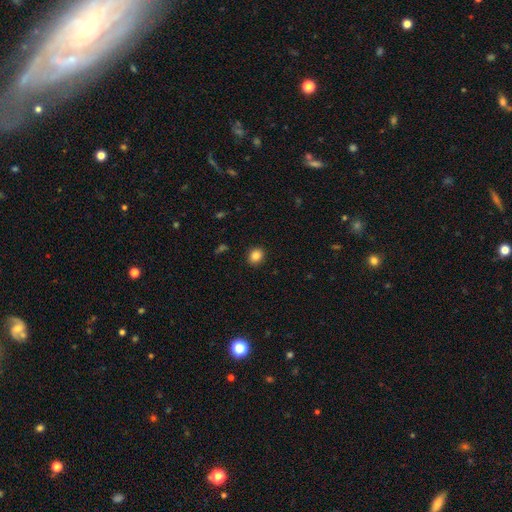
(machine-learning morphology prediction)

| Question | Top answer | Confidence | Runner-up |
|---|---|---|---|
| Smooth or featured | smooth | 86% | star or artifact (10%) |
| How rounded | round | 68% | in between (31%) |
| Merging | none | 90% | minor disturbance (7%) |